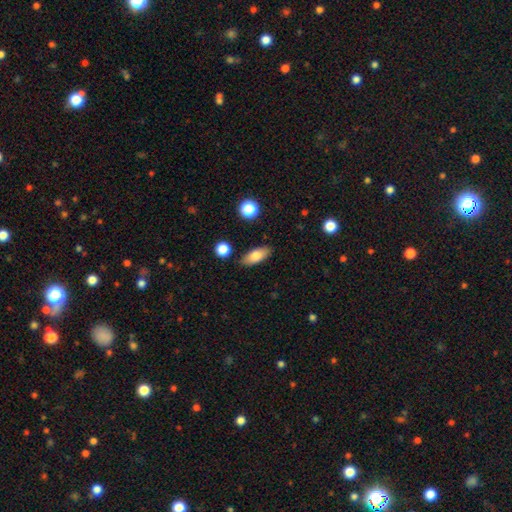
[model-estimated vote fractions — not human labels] A smooth galaxy with no disk features (78%) that is in between round and cigar-shaped (81%).

Vote fractions:
- Smooth or featured? smooth: 78% / featured or disk: 14% / star or artifact: 8%
- How rounded? in between: 81% / cigar-shaped: 14% / round: 4%
- Merging? none: 85% / minor disturbance: 10% / merger: 2% / major disturbance: 2%